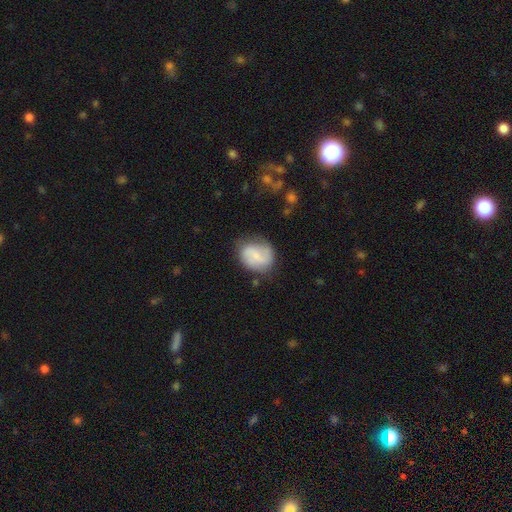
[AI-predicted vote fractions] A smooth galaxy with no disk features (54%) that is round (55%).

Vote fractions:
- Smooth or featured? smooth: 54% / featured or disk: 39% / star or artifact: 7%
- How rounded? round: 55% / in between: 44% / cigar-shaped: 1%
- Merging? none: 65% / minor disturbance: 24% / major disturbance: 8% / merger: 3%